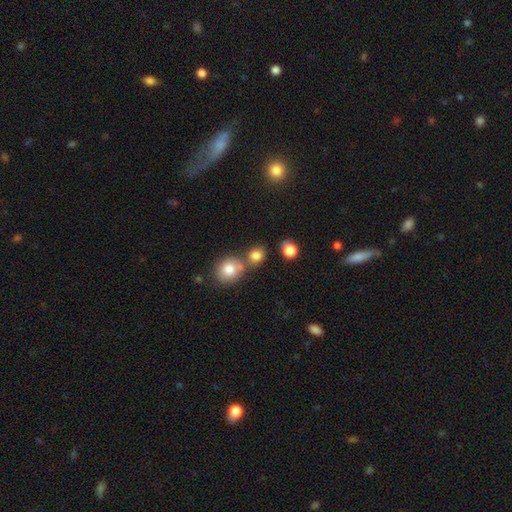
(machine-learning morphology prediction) Smooth or featured? smooth (81%)
How rounded? round (67%)
Merging? none (60%)